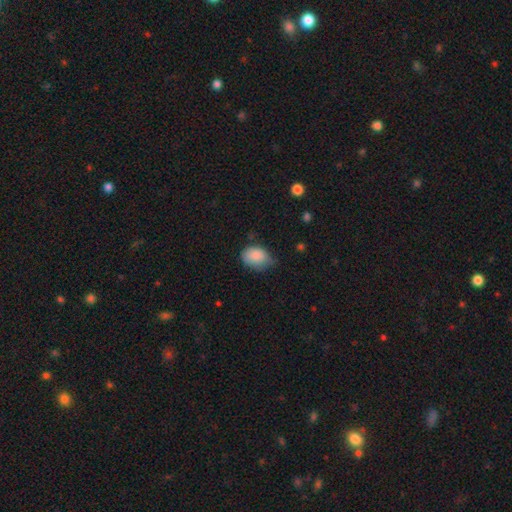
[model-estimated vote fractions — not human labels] Smooth or featured? smooth (86%)
How rounded? in between (75%)
Merging? none (48%)